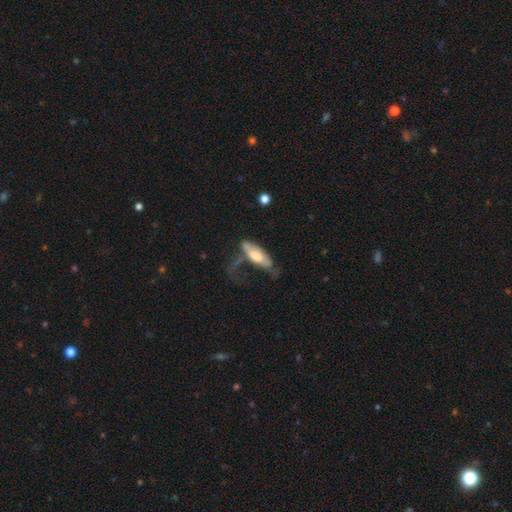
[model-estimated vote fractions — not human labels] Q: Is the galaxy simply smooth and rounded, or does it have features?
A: smooth — 56%.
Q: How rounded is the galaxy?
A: in between — 66%.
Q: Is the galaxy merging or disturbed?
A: major disturbance — 47%.